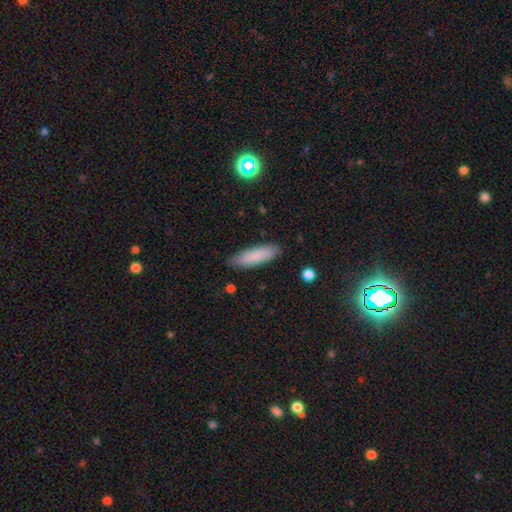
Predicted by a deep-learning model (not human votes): The model was most divided on "how rounded": cigar-shaped: 61%, in between: 37%, round: 2%. More confident: merging — none (87%); smooth or featured — smooth (84%).